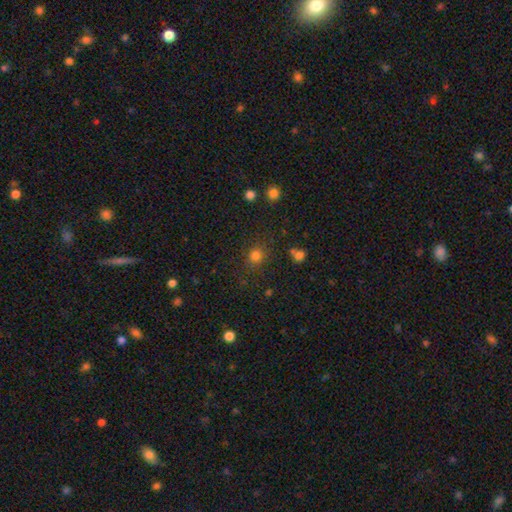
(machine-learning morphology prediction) This appears to be a smooth galaxy with no disk features (79%) that is round (84%). Merging: none (82%).